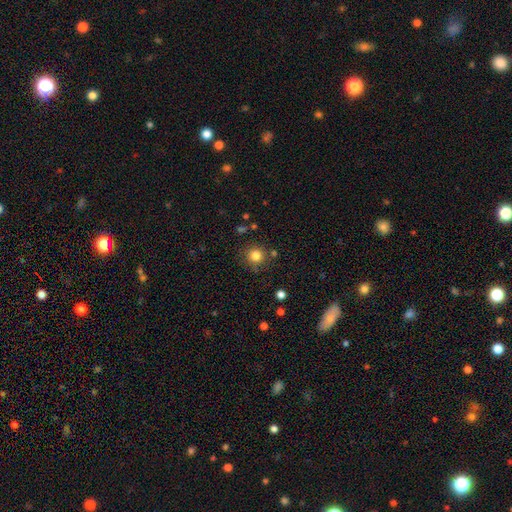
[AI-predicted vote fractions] Smooth or featured? smooth (82%)
How rounded? round (93%)
Merging? none (82%)